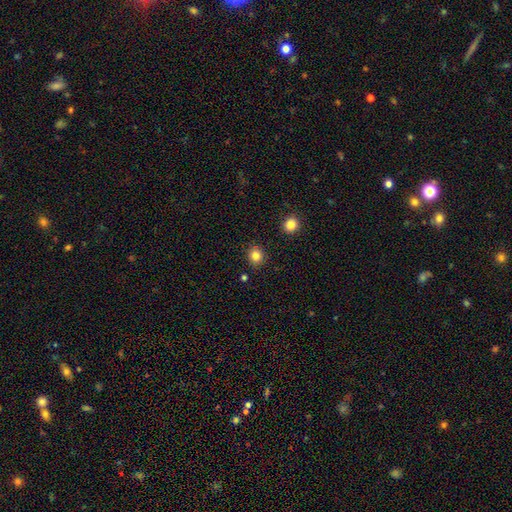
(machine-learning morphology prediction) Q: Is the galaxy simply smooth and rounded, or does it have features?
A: smooth — 84%.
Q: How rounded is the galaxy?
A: round — 84%.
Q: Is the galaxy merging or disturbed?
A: none — 89%.